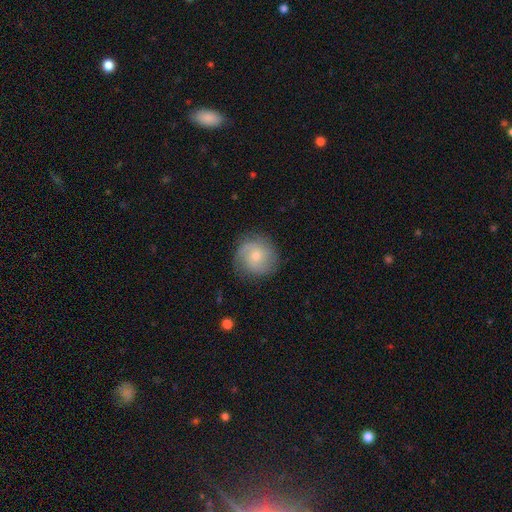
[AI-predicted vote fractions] Morphology: type=smooth (50%); merging=none (78%).